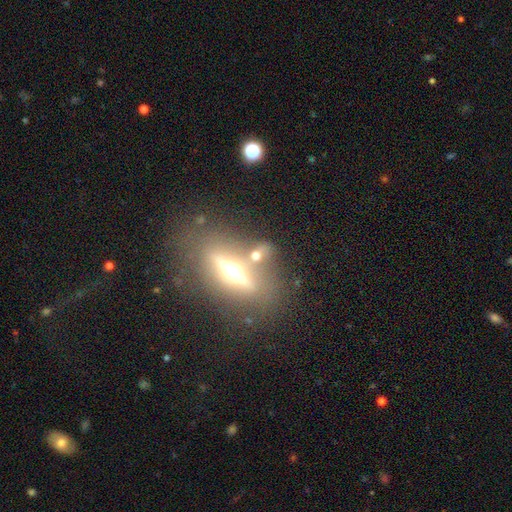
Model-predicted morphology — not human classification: type=featured or disk (68%); edge-on=yes (86%); edge-on bulge=rounded (95%); merging=none (68%).